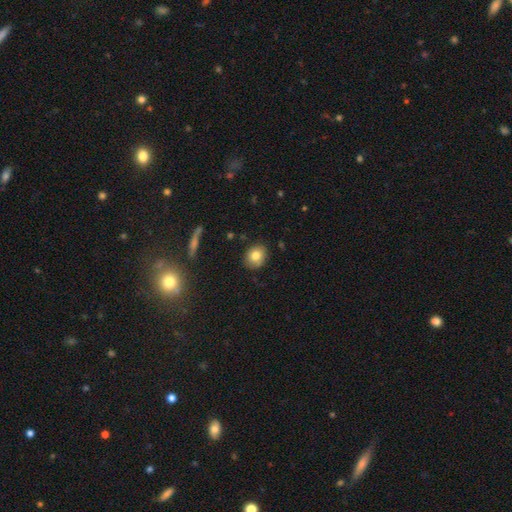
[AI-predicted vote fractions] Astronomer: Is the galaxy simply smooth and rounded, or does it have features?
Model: smooth — 79%.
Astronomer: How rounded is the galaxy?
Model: round — 65%.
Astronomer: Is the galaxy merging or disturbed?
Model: none — 86%.